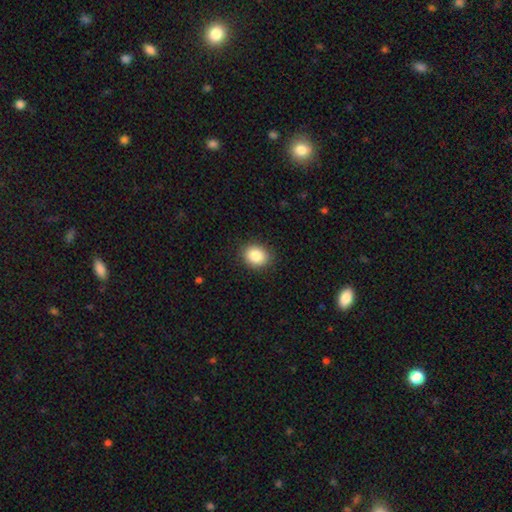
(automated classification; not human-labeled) smooth-or-featured: smooth: 85% | star or artifact: 9% | featured or disk: 6%
  how-rounded: round: 62% | in between: 37% | cigar-shaped: 1%
  merging: none: 89% | minor disturbance: 8% | major disturbance: 2% | merger: 1%